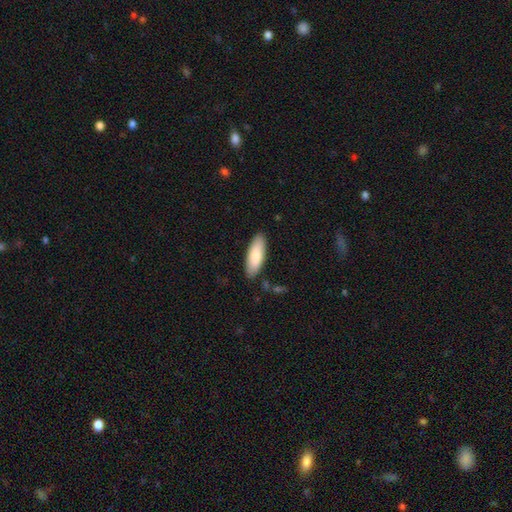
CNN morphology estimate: Smooth or featured: smooth — 80% (featured or disk — 14%)
How rounded: in between — 67% (cigar-shaped — 31%)
Merging: none — 87% (minor disturbance — 9%)